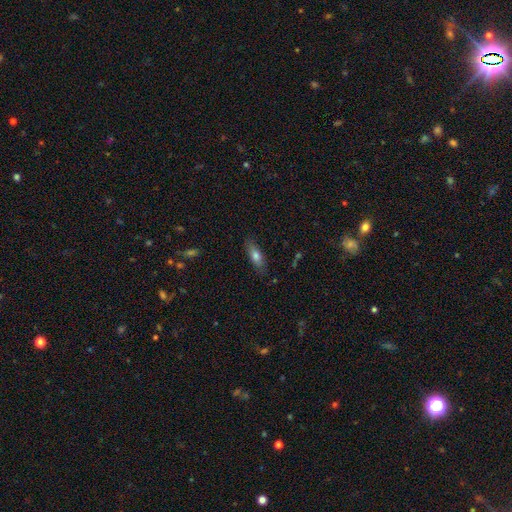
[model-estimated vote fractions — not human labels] Smooth or featured?
  - smooth: 72% *
  - featured or disk: 20%
  - star or artifact: 7%
How rounded?
  - in between: 65% *
  - cigar-shaped: 33%
  - round: 3%
Merging?
  - none: 81% *
  - minor disturbance: 14%
  - major disturbance: 3%
  - merger: 1%